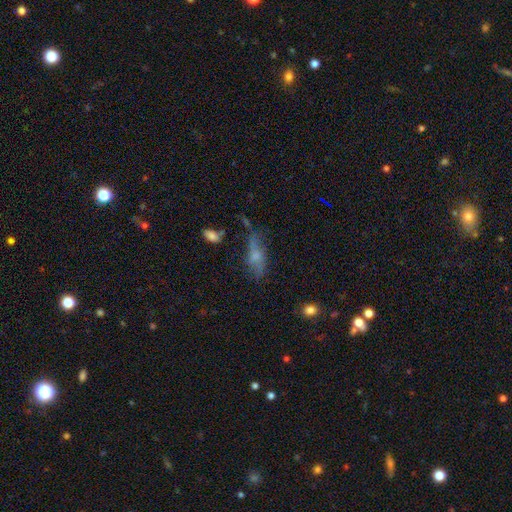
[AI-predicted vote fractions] A smooth galaxy with no disk features (47%). Merging: none (53%).